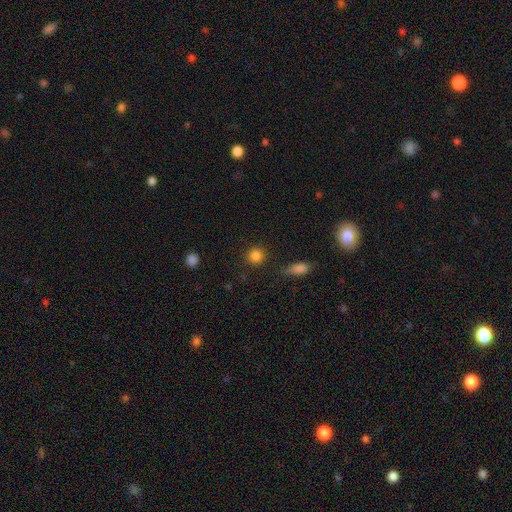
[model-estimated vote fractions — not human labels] Q: Smooth or featured?
A: smooth (84%); runner-up: star or artifact (11%)
Q: How rounded?
A: round (92%); runner-up: in between (7%)
Q: Merging?
A: none (86%); runner-up: minor disturbance (7%)